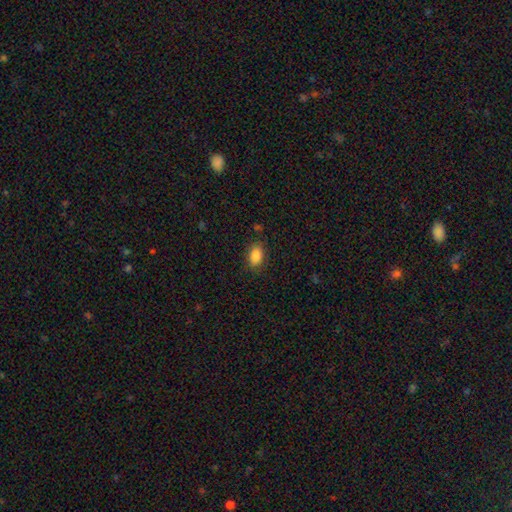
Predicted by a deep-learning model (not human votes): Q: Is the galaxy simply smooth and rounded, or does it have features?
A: smooth — 87%.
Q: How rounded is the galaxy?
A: in between — 88%.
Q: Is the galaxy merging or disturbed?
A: none — 84%.